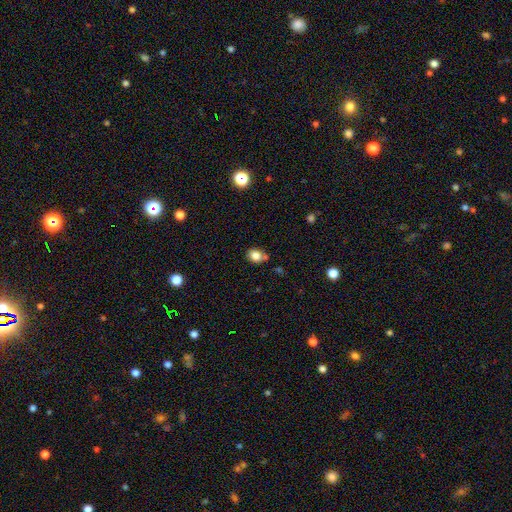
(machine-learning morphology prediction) A smooth galaxy with no disk features (82%) that is round (62%). Merging: none (65%).